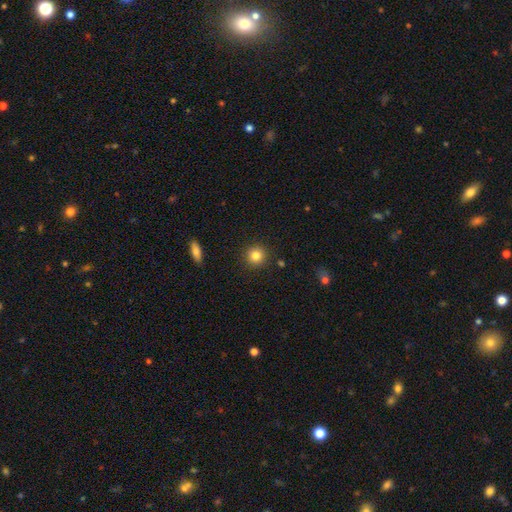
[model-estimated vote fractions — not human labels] Q: Smooth or featured?
A: smooth (84%); runner-up: star or artifact (10%)
Q: How rounded?
A: round (93%); runner-up: in between (6%)
Q: Merging?
A: none (91%); runner-up: minor disturbance (6%)